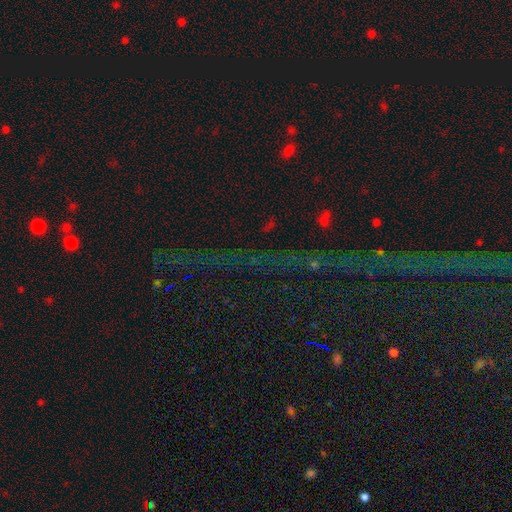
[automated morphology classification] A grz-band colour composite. It shows a star or artifact, not a galaxy (81%).